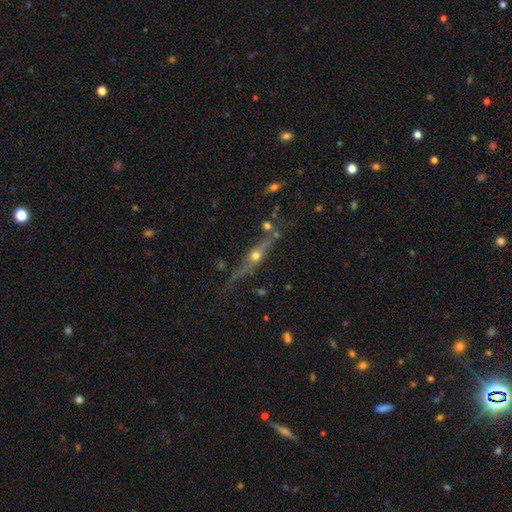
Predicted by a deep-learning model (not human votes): Overall: featured or disk (67%). Edge-on disk: yes (85%). Edge-on bulge: rounded (94%). Merging: none (62%).